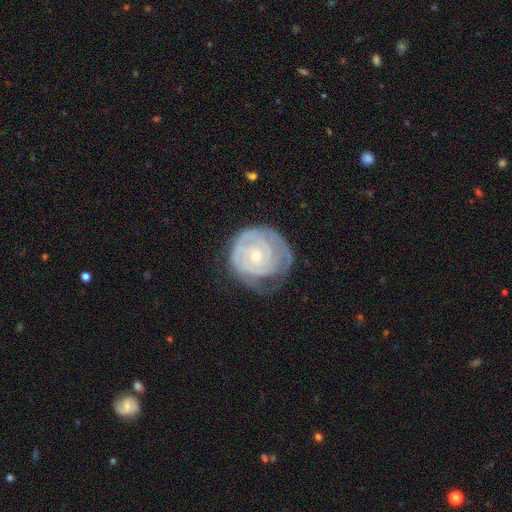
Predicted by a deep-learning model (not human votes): A featured or disk galaxy (77%) with no bar (82%), tight (80%) spiral arms (86%) and a small central bulge (71%).

Vote fractions:
- Smooth or featured? featured or disk: 77% / smooth: 17% / star or artifact: 6%
- Edge-on disk? no: 97% / yes: 3%
- Bar? no: 82% / weak: 15% / strong: 4%
- Spiral arms? yes: 86% / no: 14%
- Spiral winding? tight: 80% / medium: 15% / loose: 5%
- Spiral arm count? can't tell: 47% / 2: 22% / 3: 12% / 1: 8% / 4: 6% / more than 4: 4%
- Bulge size? small: 71% / moderate: 26% / large: 1% / none: 1% / dominant: 1%
- Merging? none: 57% / minor disturbance: 26% / major disturbance: 15% / merger: 1%